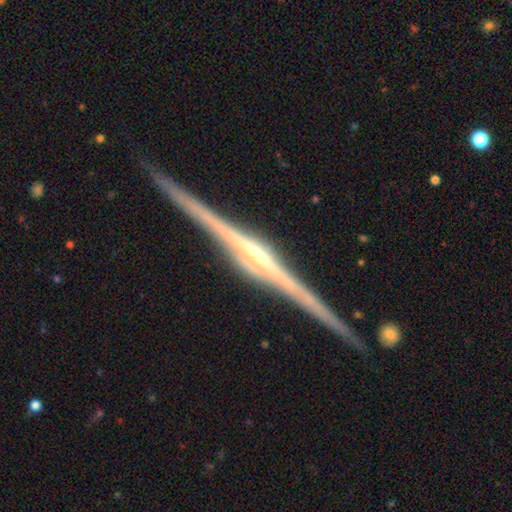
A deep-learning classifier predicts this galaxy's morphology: Smooth or featured? Predicted: featured or disk (p=0.91). Edge-on disk? Predicted: yes (p=0.99). Edge-on bulge? Predicted: rounded (p=0.61). Merging? Predicted: none (p=0.91).